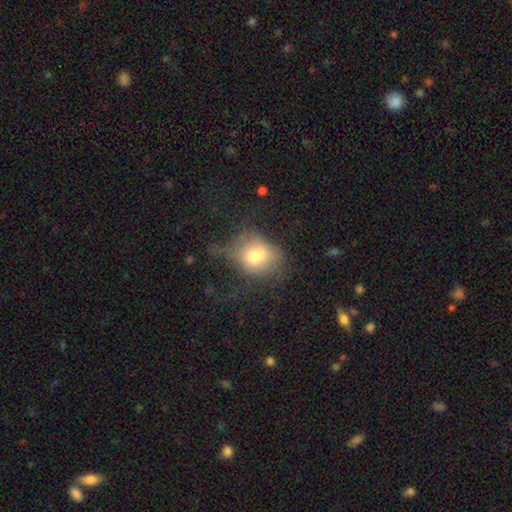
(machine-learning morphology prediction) Smooth or featured: smooth — 70% (featured or disk — 19%)
How rounded: round — 59% (in between — 40%)
Merging: none — 40% (major disturbance — 31%)